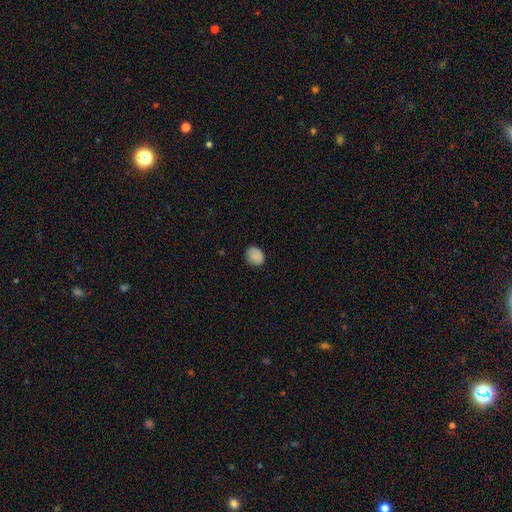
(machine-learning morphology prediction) smooth 87%, star or artifact 9%, featured or disk 5%. Down the decision tree: how rounded — round (53%); merging — none (85%).